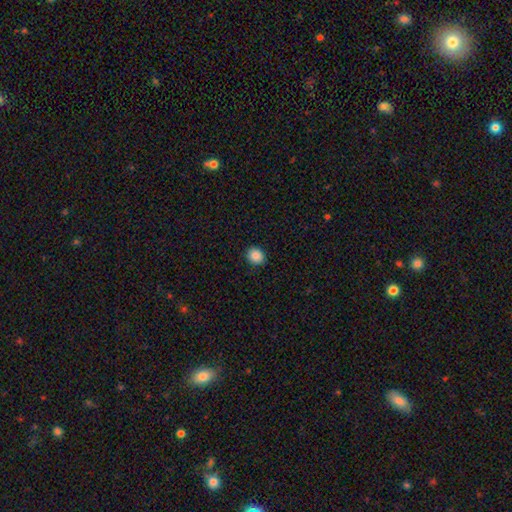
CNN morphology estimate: A smooth galaxy with no disk features (87%) that is round (74%). Merging: none (91%).